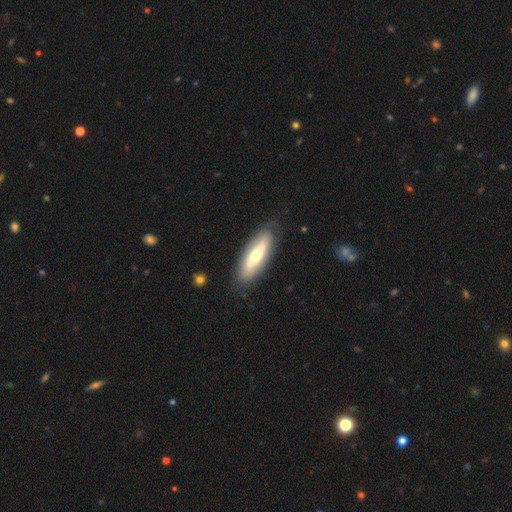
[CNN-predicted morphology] Q: Smooth or featured?
A: smooth (48%); runner-up: featured or disk (47%)
Q: Merging?
A: none (84%); runner-up: minor disturbance (12%)